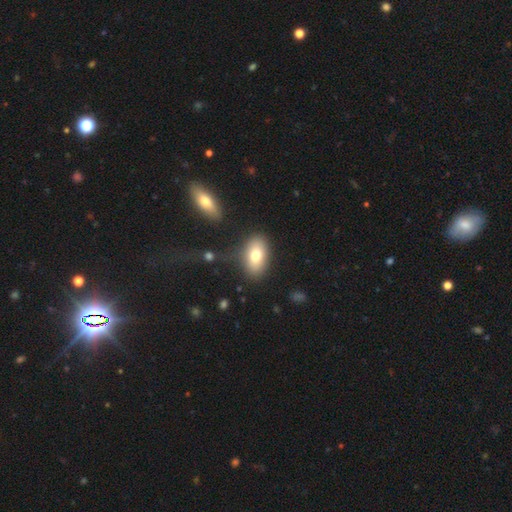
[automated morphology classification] The model was most divided on "smooth or featured": smooth: 75%, featured or disk: 16%, star or artifact: 8%. More confident: how rounded — in between (88%); merging — none (79%).